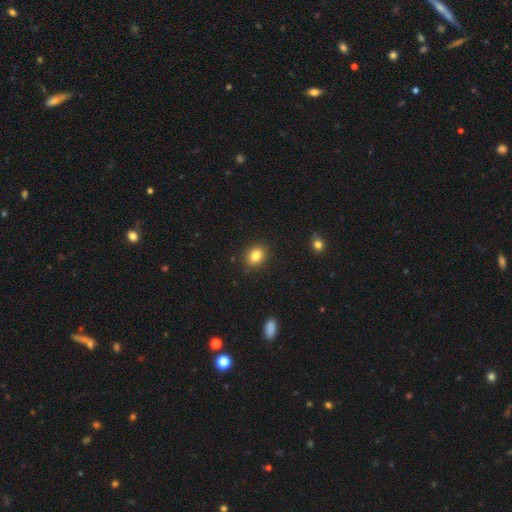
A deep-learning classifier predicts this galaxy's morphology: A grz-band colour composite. It shows a smooth galaxy with no disk features (83%) that is round (53%). Merging: none (88%).